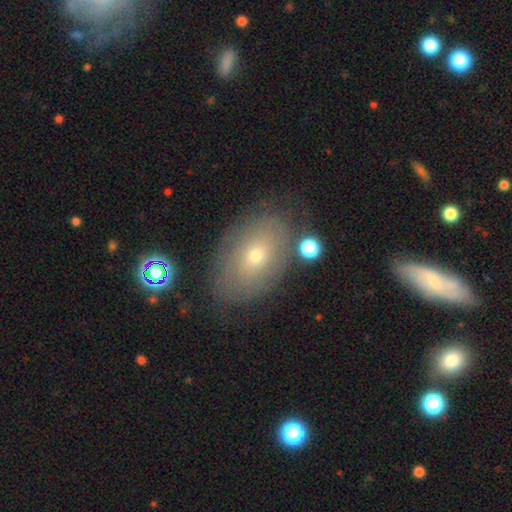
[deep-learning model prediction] Smooth or featured?
  - smooth: 48% *
  - featured or disk: 41%
  - star or artifact: 11%
Merging?
  - none: 73% *
  - minor disturbance: 17%
  - major disturbance: 7%
  - merger: 3%